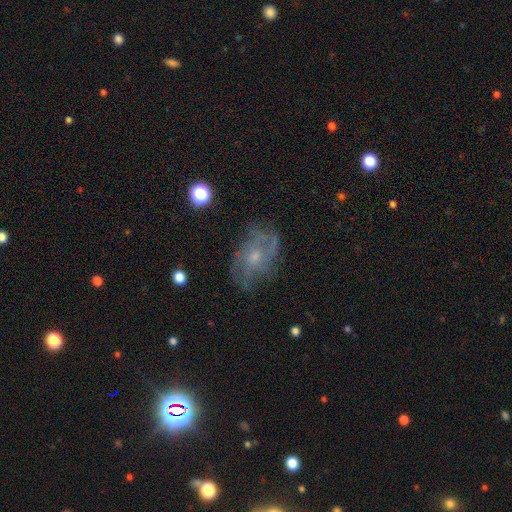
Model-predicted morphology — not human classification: A featured or disk galaxy (70%) with no bar (72%), medium (43%) spiral arms (81%) and a small central bulge (53%). Merging: none (67%).